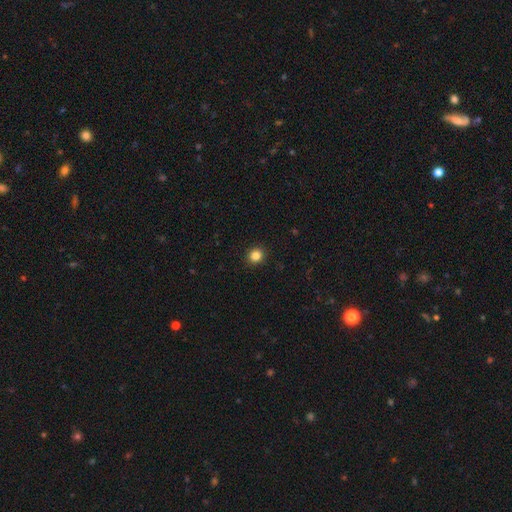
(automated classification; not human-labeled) Smooth or featured: smooth — 84% (star or artifact — 12%)
How rounded: round — 87% (in between — 12%)
Merging: none — 92% (minor disturbance — 5%)